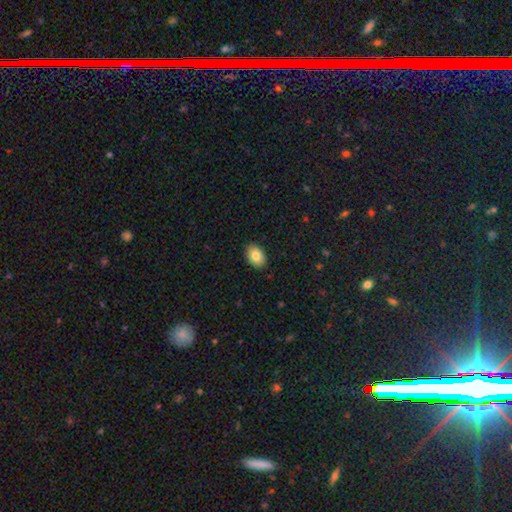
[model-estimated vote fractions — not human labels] The model was most divided on "how rounded": in between: 82%, round: 17%, cigar-shaped: 1%. More confident: merging — none (90%); smooth or featured — smooth (84%).